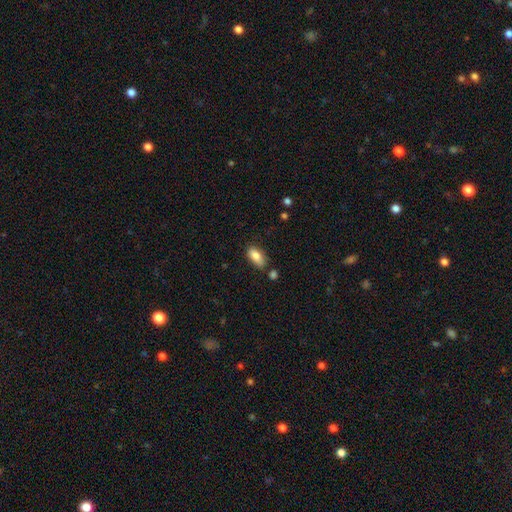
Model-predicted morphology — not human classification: Overall: smooth (83%). How rounded: in between (88%). Merging: none (70%).